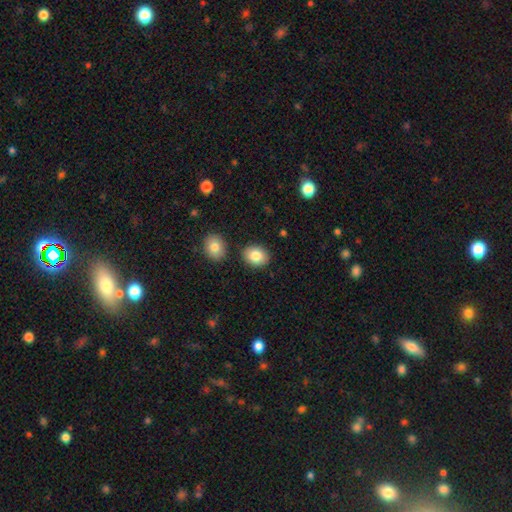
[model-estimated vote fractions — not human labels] A smooth galaxy with no disk features (83%) that is in between round and cigar-shaped (53%). Merging: none (85%).